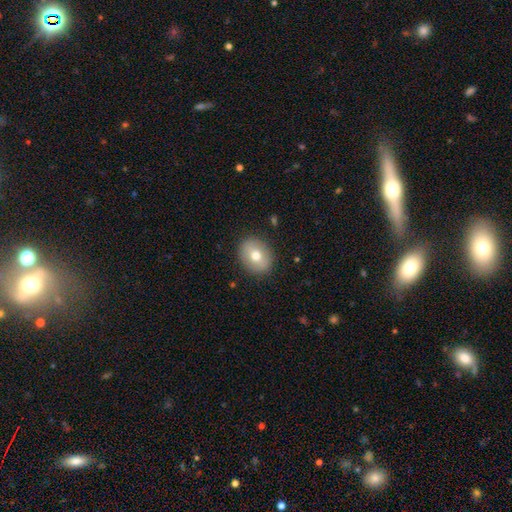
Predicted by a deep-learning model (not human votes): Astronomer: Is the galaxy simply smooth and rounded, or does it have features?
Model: smooth — 70%.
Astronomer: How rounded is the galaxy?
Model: round — 50% (runner-up: in between, 49%).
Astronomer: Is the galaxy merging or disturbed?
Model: none — 88%.